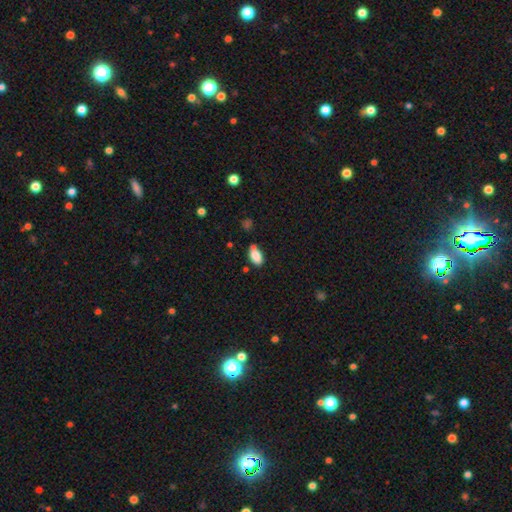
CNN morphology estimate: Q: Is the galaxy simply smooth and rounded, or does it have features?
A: smooth — 85%.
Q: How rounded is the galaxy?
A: in between — 92%.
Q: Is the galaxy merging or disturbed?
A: none — 63%.